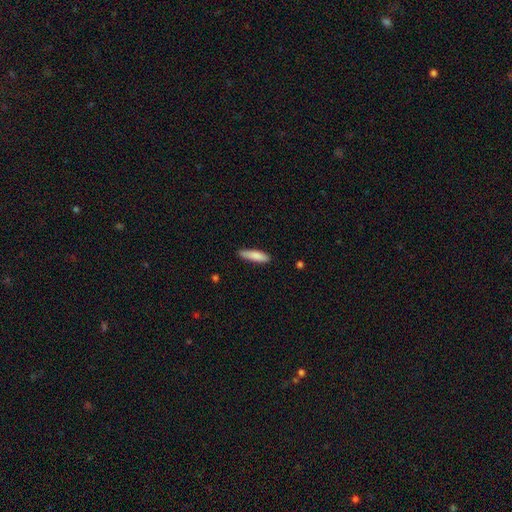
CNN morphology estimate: Smooth or featured? Predicted: smooth (p=0.85). How rounded? Predicted: cigar-shaped (p=0.69). Merging? Predicted: none (p=0.80).